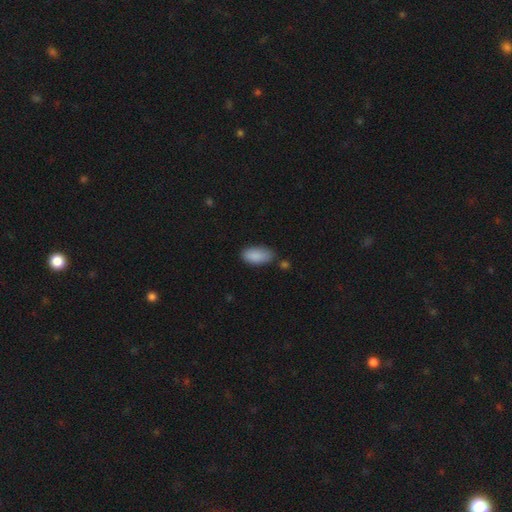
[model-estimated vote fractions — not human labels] Overall: smooth (89%). How rounded: in between (92%). Merging: none (70%).